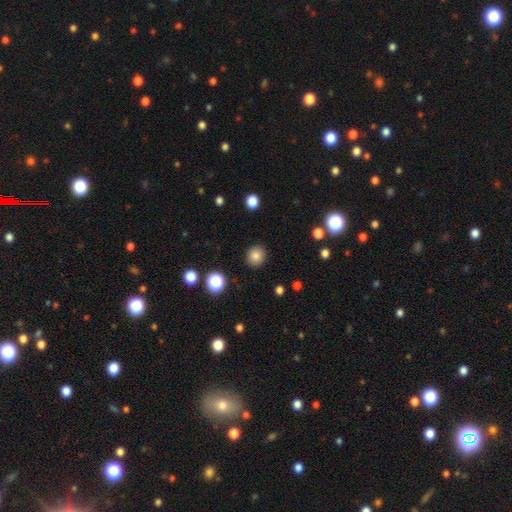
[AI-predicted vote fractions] Q: Smooth or featured?
A: smooth (84%); runner-up: star or artifact (11%)
Q: How rounded?
A: round (88%); runner-up: in between (11%)
Q: Merging?
A: none (90%); runner-up: minor disturbance (6%)